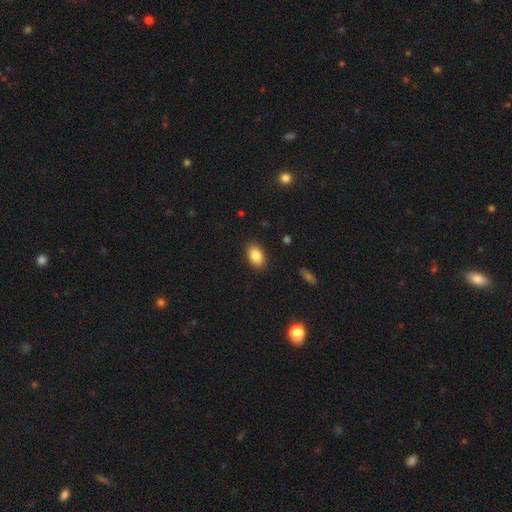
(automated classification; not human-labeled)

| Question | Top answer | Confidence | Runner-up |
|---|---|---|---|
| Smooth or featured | smooth | 83% | featured or disk (9%) |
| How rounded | in between | 89% | round (10%) |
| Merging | none | 89% | minor disturbance (8%) |